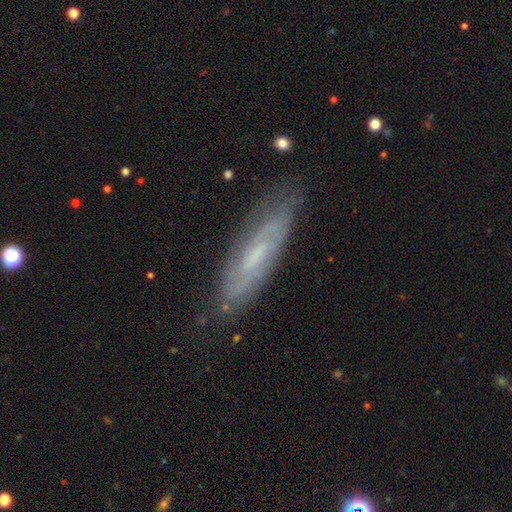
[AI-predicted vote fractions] Q: Smooth or featured?
A: featured or disk (69%); runner-up: smooth (24%)
Q: Edge-on disk?
A: no (71%); runner-up: yes (29%)
Q: Merging?
A: none (76%); runner-up: minor disturbance (17%)